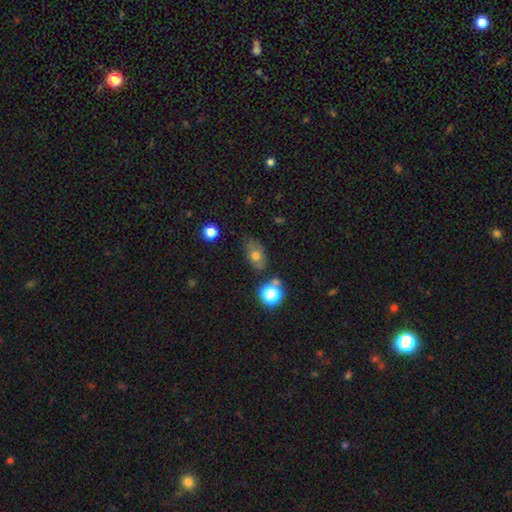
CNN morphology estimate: smooth_or_featured: smooth (p=0.69) [alt: featured or disk p=0.18]
how_rounded: in between (p=0.82) [alt: round p=0.16]
merging: none (p=0.66) [alt: minor disturbance p=0.20]